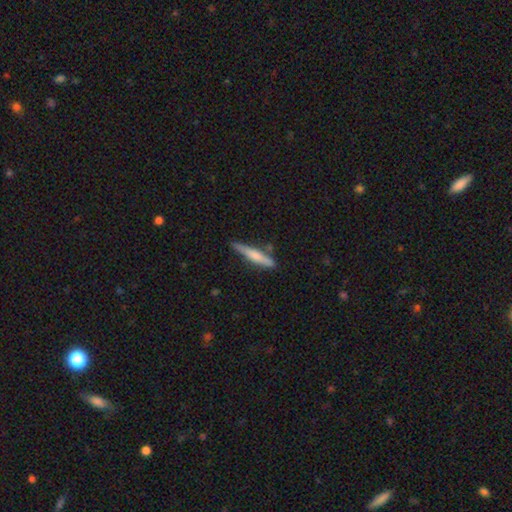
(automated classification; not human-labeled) Morphology: type=smooth (53%); roundness=cigar-shaped (92%); merging=none (77%).